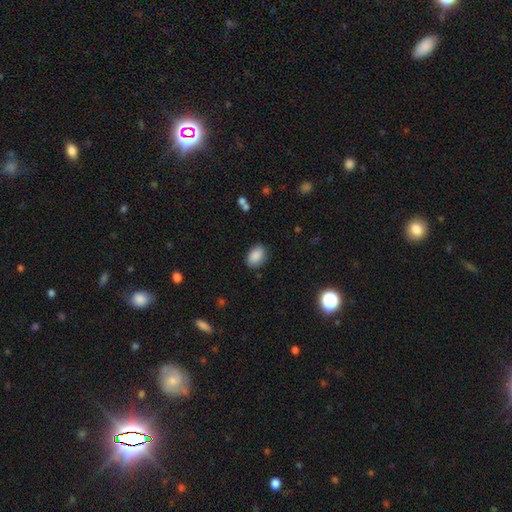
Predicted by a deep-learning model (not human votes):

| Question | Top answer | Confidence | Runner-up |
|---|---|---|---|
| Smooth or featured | smooth | 88% | star or artifact (8%) |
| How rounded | in between | 84% | round (15%) |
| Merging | none | 85% | minor disturbance (11%) |